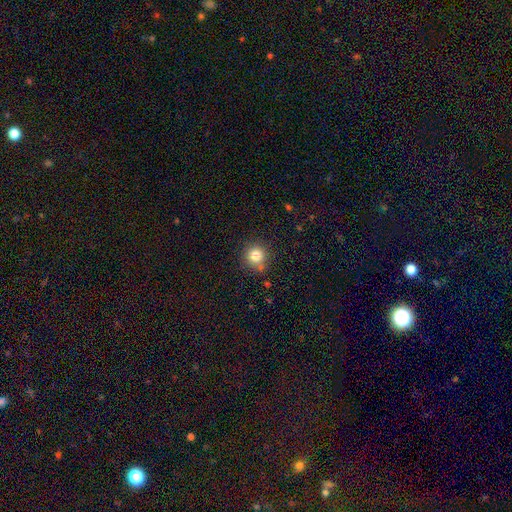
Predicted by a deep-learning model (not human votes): Smooth or featured? smooth (82%)
How rounded? round (92%)
Merging? none (79%)